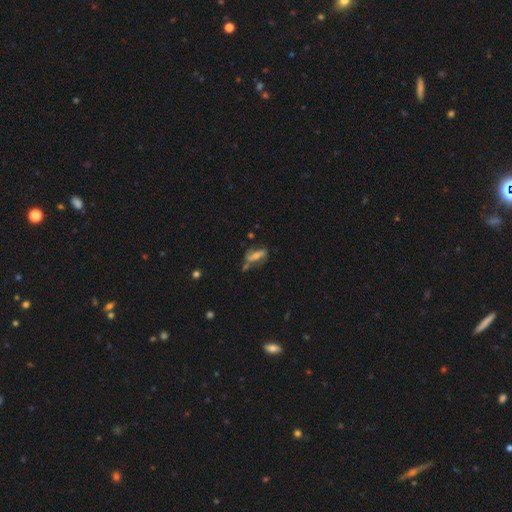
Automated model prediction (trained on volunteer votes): This appears to be a featured or disk galaxy (56%). Merging: none (47%).